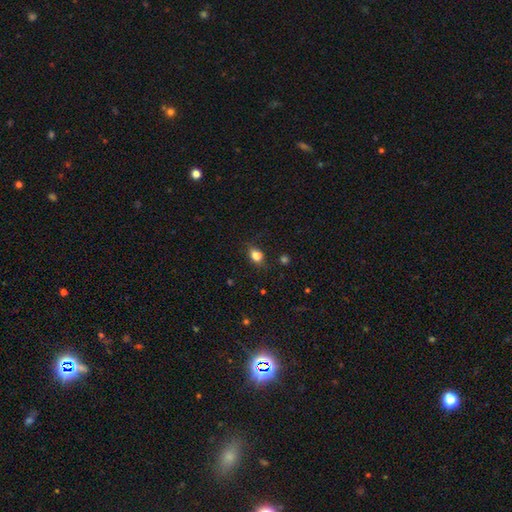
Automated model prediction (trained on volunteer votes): Smooth or featured? Predicted: smooth (p=0.80). How rounded? Predicted: in between (p=0.63). Merging? Predicted: none (p=0.67).